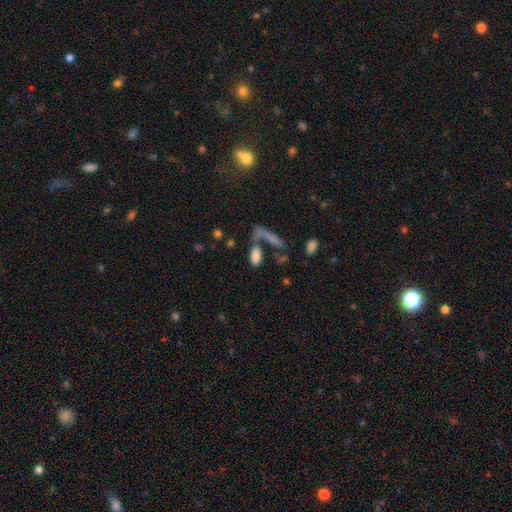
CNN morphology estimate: Smooth or featured? Predicted: smooth (p=0.79). How rounded? Predicted: in between (p=0.78). Merging? Predicted: none (p=0.45).